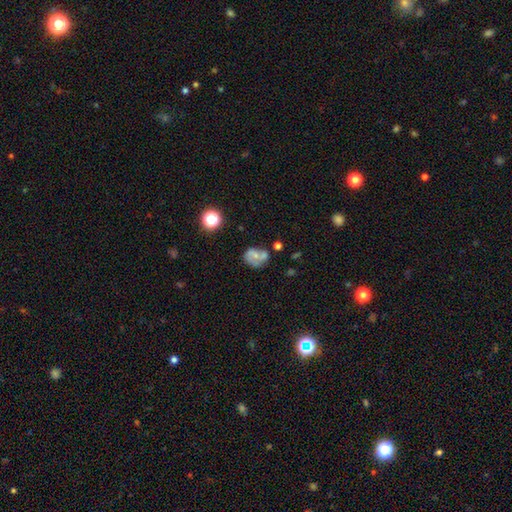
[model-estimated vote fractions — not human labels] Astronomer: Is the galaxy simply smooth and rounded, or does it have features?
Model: smooth — 48% (runner-up: featured or disk, 39%).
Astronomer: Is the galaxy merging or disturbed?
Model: none — 36% (runner-up: merger, 30%).